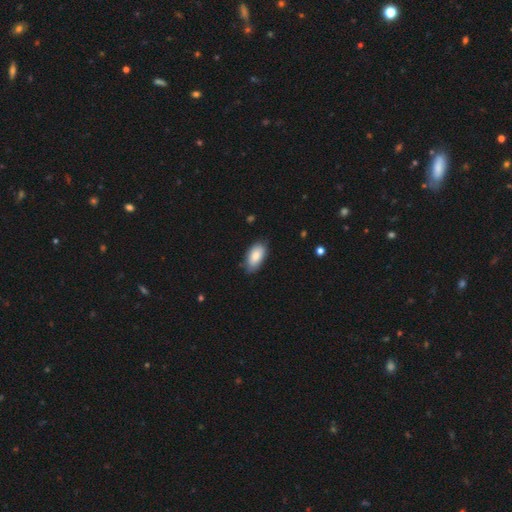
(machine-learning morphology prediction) Q: Smooth or featured?
A: smooth (85%); runner-up: featured or disk (9%)
Q: How rounded?
A: in between (94%); runner-up: cigar-shaped (3%)
Q: Merging?
A: none (78%); runner-up: minor disturbance (18%)